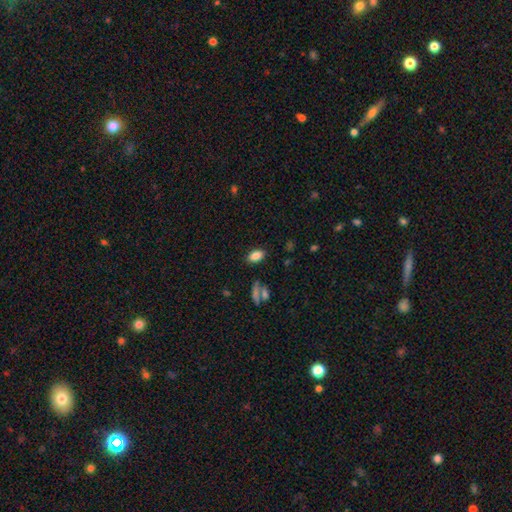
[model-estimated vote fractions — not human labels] smooth_or_featured: smooth (p=0.84) [alt: star or artifact p=0.10]
how_rounded: in between (p=0.90) [alt: round p=0.06]
merging: none (p=0.83) [alt: minor disturbance p=0.11]